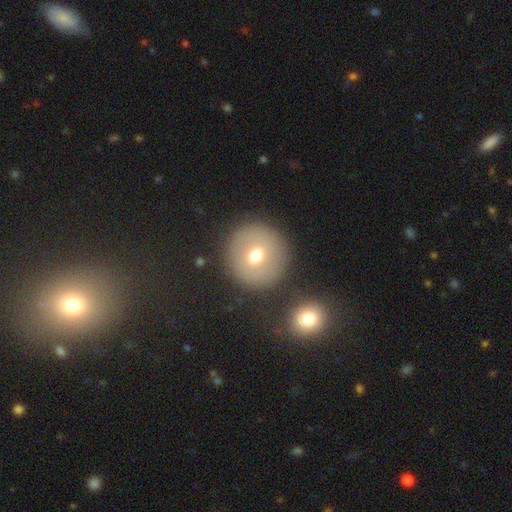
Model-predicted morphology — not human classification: A smooth galaxy with no disk features (68%) that is round (94%).

Vote fractions:
- Smooth or featured? smooth: 68% / featured or disk: 21% / star or artifact: 12%
- How rounded? round: 94% / in between: 5% / cigar-shaped: 1%
- Merging? none: 81% / minor disturbance: 8% / merger: 7% / major disturbance: 4%